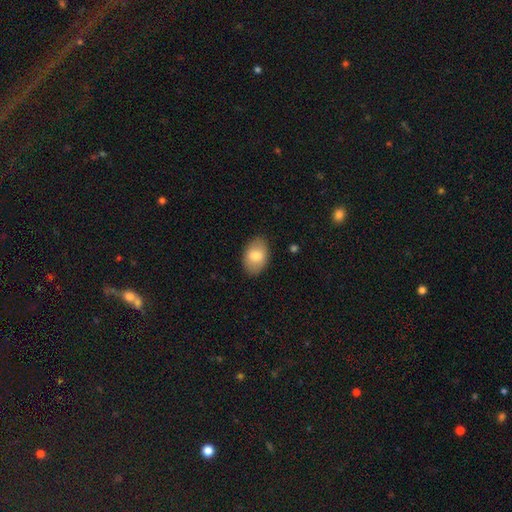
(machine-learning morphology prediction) Smooth or featured: smooth — 78% (featured or disk — 16%)
How rounded: in between — 87% (round — 12%)
Merging: none — 86% (minor disturbance — 10%)